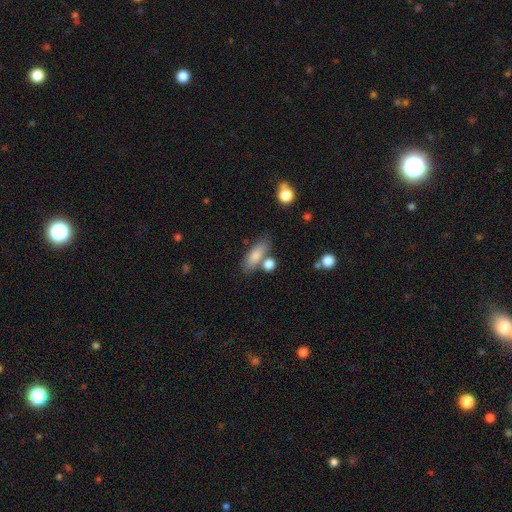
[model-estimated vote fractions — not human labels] smooth-or-featured: smooth: 80% | featured or disk: 13% | star or artifact: 7%
  how-rounded: in between: 66% | cigar-shaped: 30% | round: 4%
  merging: none: 66% | merger: 16% | minor disturbance: 14% | major disturbance: 4%